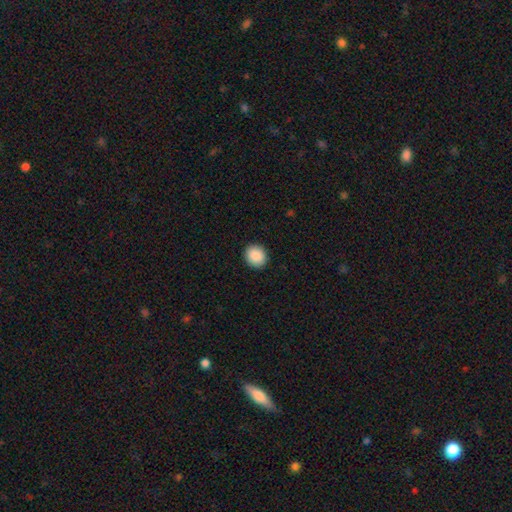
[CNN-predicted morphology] Smooth or featured?
  - smooth: 89% *
  - star or artifact: 8%
  - featured or disk: 3%
How rounded?
  - round: 77% *
  - in between: 22%
  - cigar-shaped: 1%
Merging?
  - none: 92% *
  - minor disturbance: 6%
  - major disturbance: 2%
  - merger: 1%